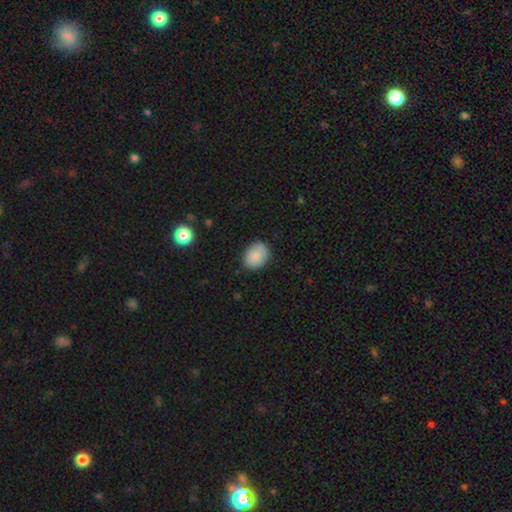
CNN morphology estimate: This appears to be a smooth galaxy with no disk features (82%) that is in between round and cigar-shaped (52%). Merging: none (75%).